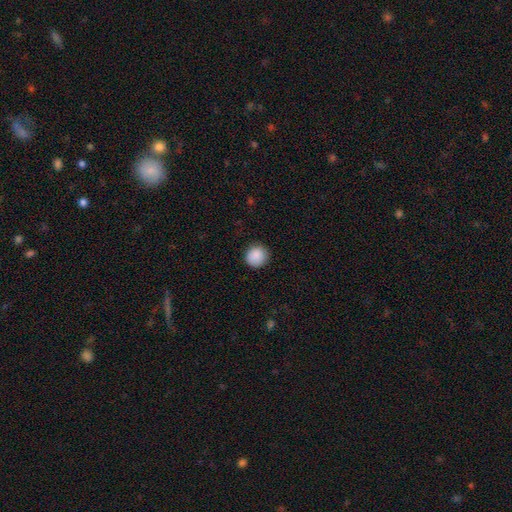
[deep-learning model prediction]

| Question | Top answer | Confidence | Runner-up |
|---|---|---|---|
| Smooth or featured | smooth | 89% | star or artifact (8%) |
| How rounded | round | 90% | in between (9%) |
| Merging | none | 88% | minor disturbance (9%) |